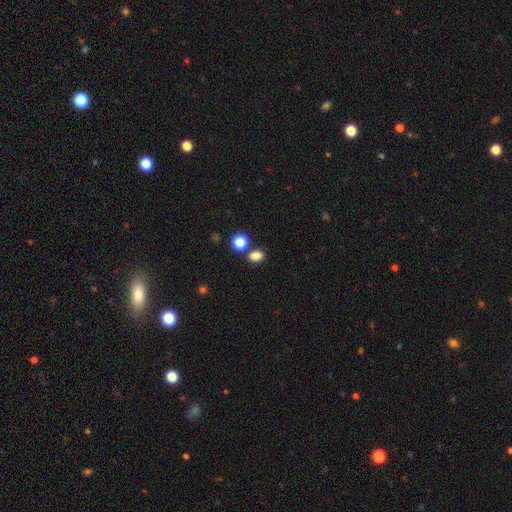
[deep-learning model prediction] smooth_or_featured: smooth (p=0.83) [alt: star or artifact p=0.13]
how_rounded: in between (p=0.67) [alt: round p=0.31]
merging: none (p=0.74) [alt: merger p=0.13]